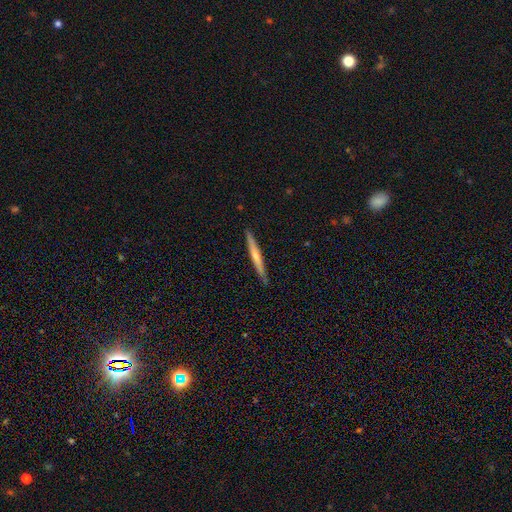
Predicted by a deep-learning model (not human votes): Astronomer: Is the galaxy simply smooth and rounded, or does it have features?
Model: smooth — 51% (runner-up: featured or disk, 44%).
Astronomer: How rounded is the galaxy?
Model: cigar-shaped — 96%.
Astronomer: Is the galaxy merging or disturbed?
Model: none — 89%.